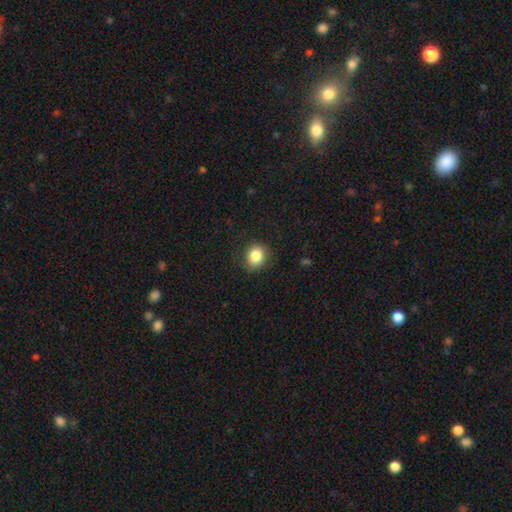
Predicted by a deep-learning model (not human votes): smooth_or_featured: smooth (p=0.85) [alt: star or artifact p=0.09]
how_rounded: round (p=0.70) [alt: in between p=0.29]
merging: none (p=0.84) [alt: minor disturbance p=0.12]